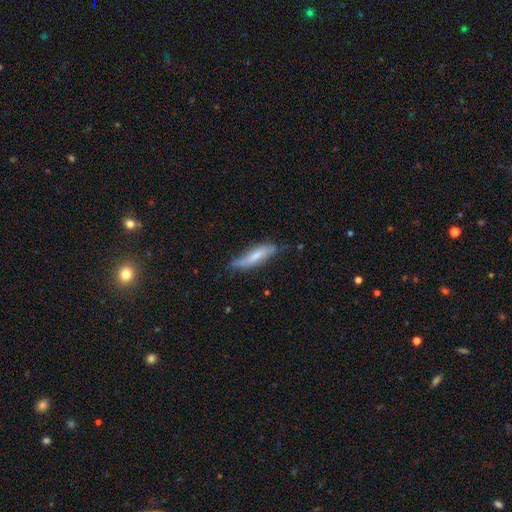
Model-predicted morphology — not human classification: Smooth or featured?
  - smooth: 52% *
  - featured or disk: 41%
  - star or artifact: 7%
How rounded?
  - cigar-shaped: 74% *
  - in between: 24%
  - round: 2%
Merging?
  - none: 58% *
  - minor disturbance: 32%
  - major disturbance: 7%
  - merger: 2%